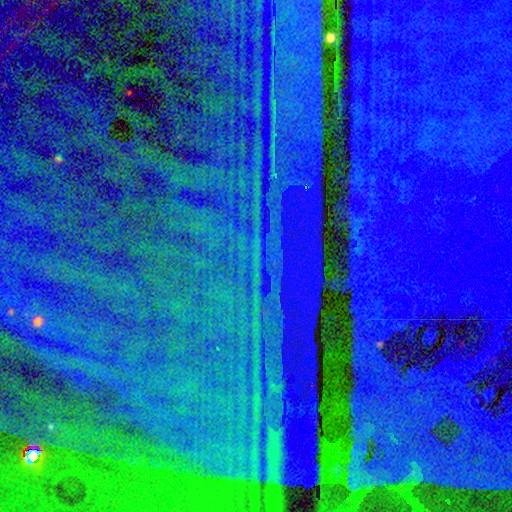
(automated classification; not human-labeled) star or artifact 88%, featured or disk 6%, smooth 6%.